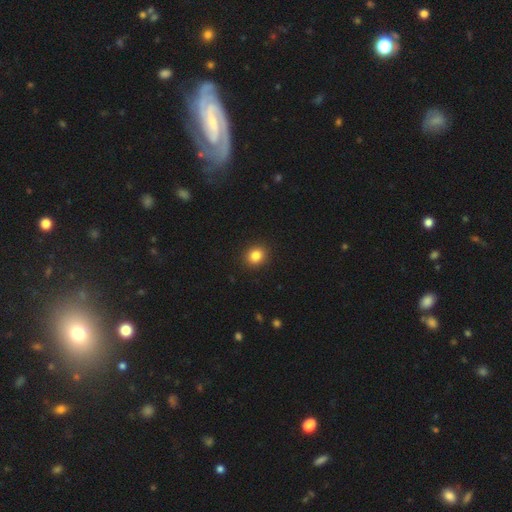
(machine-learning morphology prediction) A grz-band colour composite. It shows a smooth galaxy with no disk features (84%) that is round (77%). Merging: none (92%).